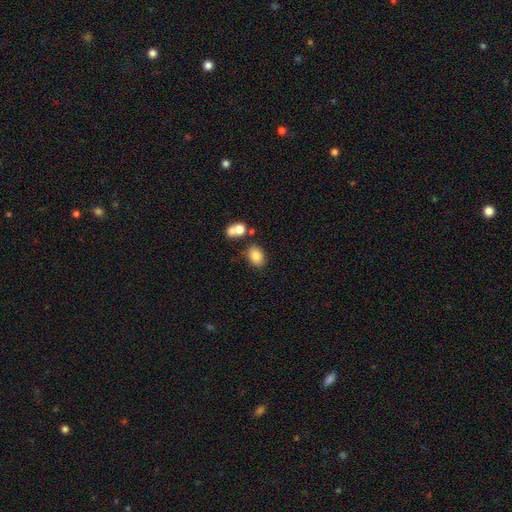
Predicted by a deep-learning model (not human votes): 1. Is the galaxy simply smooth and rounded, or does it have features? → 83% smooth, 9% star or artifact, 8% featured or disk.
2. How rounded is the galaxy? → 71% in between, 28% round, 1% cigar-shaped.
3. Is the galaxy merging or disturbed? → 71% none, 14% minor disturbance, 12% merger, 4% major disturbance.